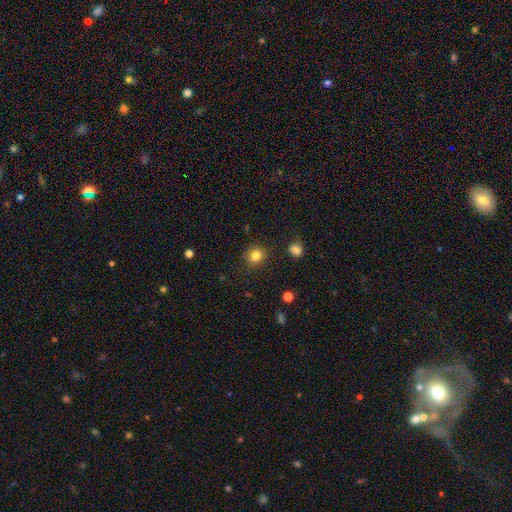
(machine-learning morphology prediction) Smooth or featured? smooth (82%)
How rounded? round (85%)
Merging? none (87%)